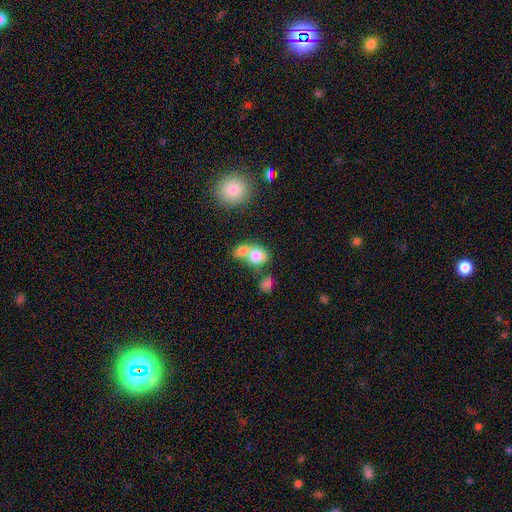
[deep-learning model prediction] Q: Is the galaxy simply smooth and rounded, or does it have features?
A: smooth — 77%.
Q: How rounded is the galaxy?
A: round — 54%.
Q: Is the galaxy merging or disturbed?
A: merger — 64%.